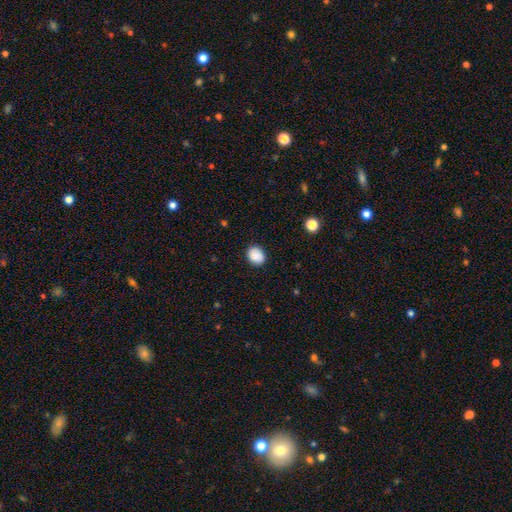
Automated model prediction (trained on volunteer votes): Smooth or featured: smooth — 88% (star or artifact — 8%)
How rounded: round — 52% (in between — 47%)
Merging: none — 86% (minor disturbance — 11%)